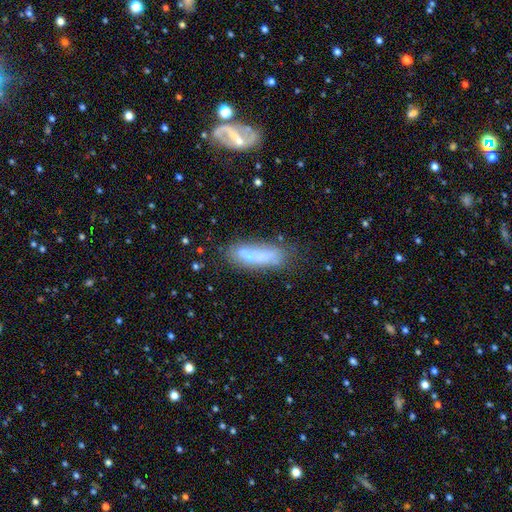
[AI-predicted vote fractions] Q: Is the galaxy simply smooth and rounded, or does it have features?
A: smooth — 54%.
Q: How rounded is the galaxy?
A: cigar-shaped — 51%.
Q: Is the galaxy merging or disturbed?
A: none — 49%.